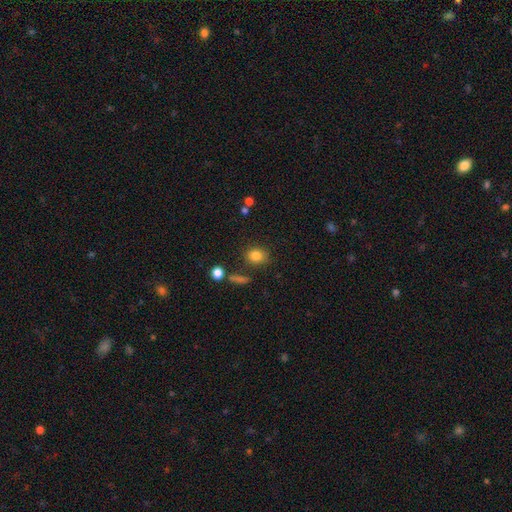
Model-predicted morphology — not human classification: smooth_or_featured: smooth (p=0.83) [alt: star or artifact p=0.11]
how_rounded: round (p=0.57) [alt: in between p=0.41]
merging: none (p=0.79) [alt: minor disturbance p=0.12]